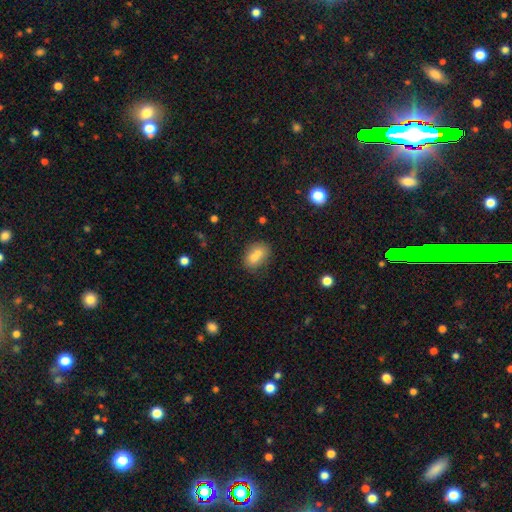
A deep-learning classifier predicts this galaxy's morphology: Smooth or featured? Predicted: smooth (p=0.75). How rounded? Predicted: in between (p=0.80). Merging? Predicted: none (p=0.48).